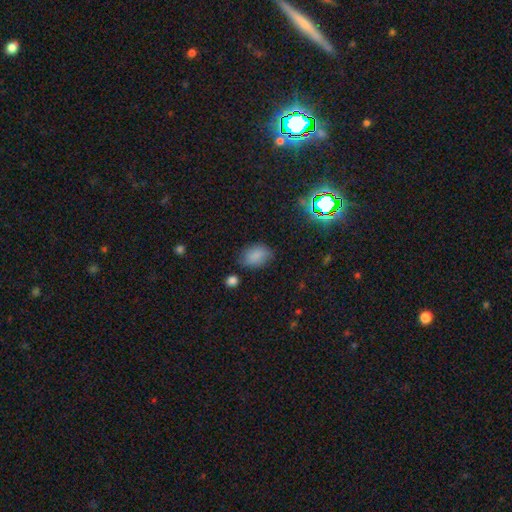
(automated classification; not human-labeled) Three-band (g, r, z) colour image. It shows a smooth galaxy with no disk features (82%) that is in between round and cigar-shaped (82%). Merging: none (73%).